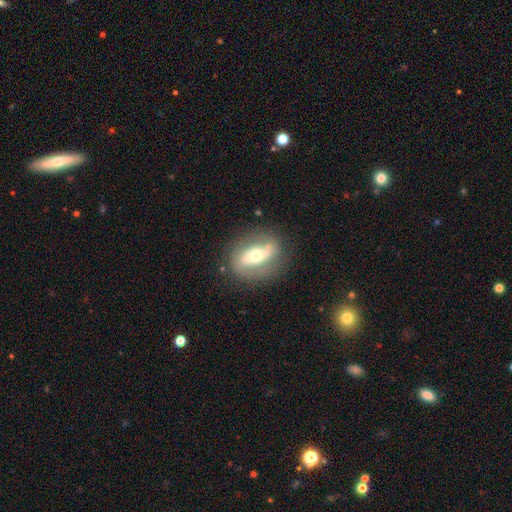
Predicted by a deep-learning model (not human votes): A featured or disk galaxy (63%) with a strong bar (48%), spiral arms (53%) and a moderate central bulge (61%).

Vote fractions:
- Smooth or featured? featured or disk: 63% / smooth: 30% / star or artifact: 7%
- Edge-on disk? no: 87% / yes: 13%
- Bar? strong: 48% / no: 27% / weak: 25%
- Spiral arms? yes: 53% / no: 47%
- Bulge size? moderate: 61% / small: 28% / large: 8% / dominant: 2% / none: 1%
- Merging? none: 76% / minor disturbance: 15% / major disturbance: 7% / merger: 3%